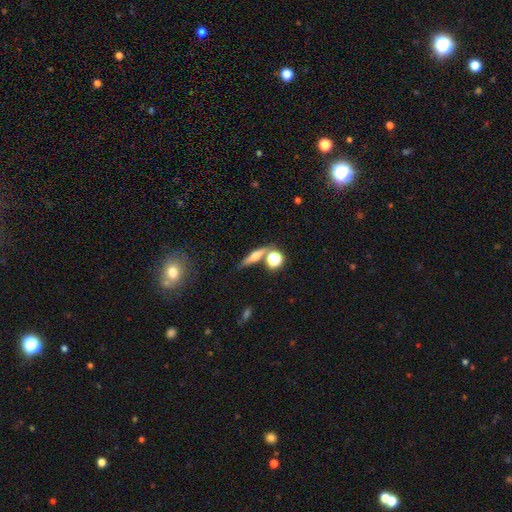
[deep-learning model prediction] A smooth galaxy with no disk features (45%). Merging: none (69%).